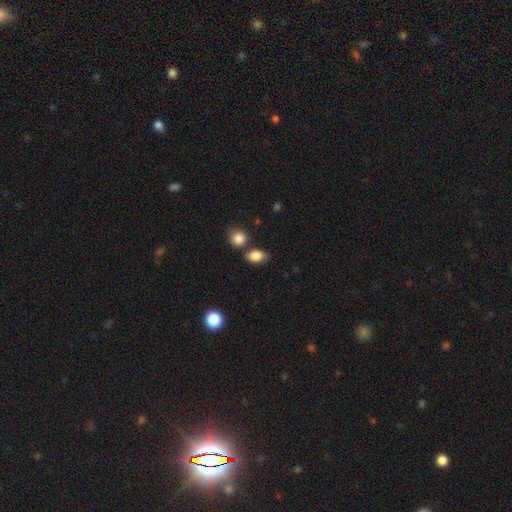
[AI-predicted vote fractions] This appears to be a smooth galaxy with no disk features (85%) that is in between round and cigar-shaped (79%). Merging: none (65%).